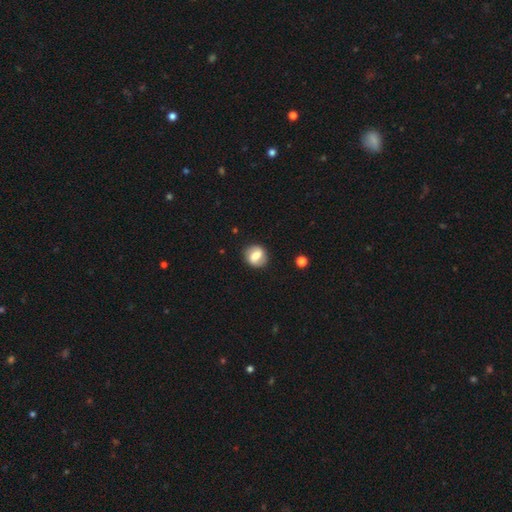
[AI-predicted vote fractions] Smooth or featured? Predicted: smooth (p=0.52). How rounded? Predicted: round (p=0.73). Merging? Predicted: none (p=0.82).